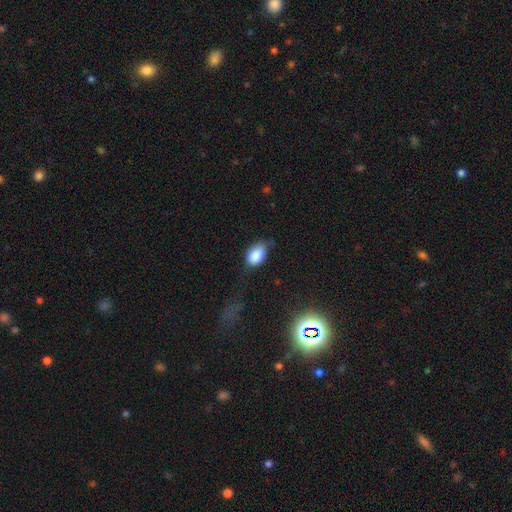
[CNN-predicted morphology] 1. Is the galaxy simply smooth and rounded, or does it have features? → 83% smooth, 9% featured or disk, 9% star or artifact.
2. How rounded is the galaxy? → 85% in between, 13% round, 2% cigar-shaped.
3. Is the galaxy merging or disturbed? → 44% none, 36% minor disturbance, 18% major disturbance, 3% merger.